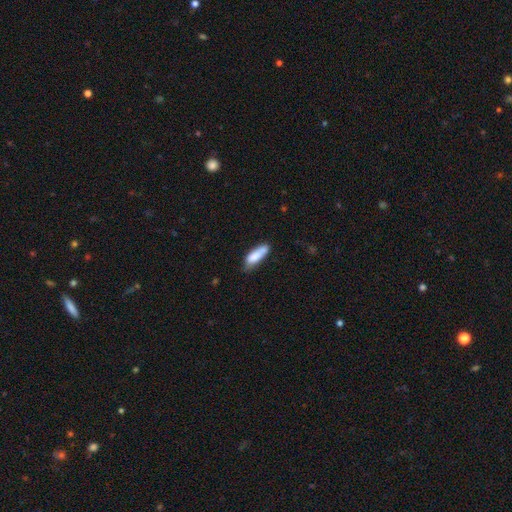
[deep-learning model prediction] Smooth or featured: smooth — 81% (featured or disk — 12%)
How rounded: in between — 50% (cigar-shaped — 49%)
Merging: none — 57% (minor disturbance — 29%)